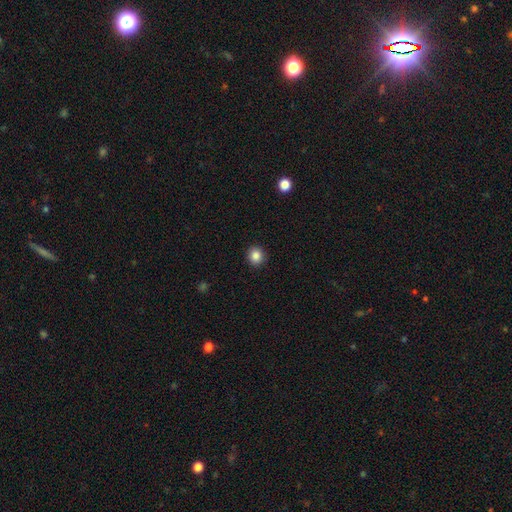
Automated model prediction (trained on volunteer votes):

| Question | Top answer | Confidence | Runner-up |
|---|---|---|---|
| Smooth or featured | smooth | 86% | star or artifact (10%) |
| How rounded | round | 87% | in between (12%) |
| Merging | none | 92% | minor disturbance (5%) |